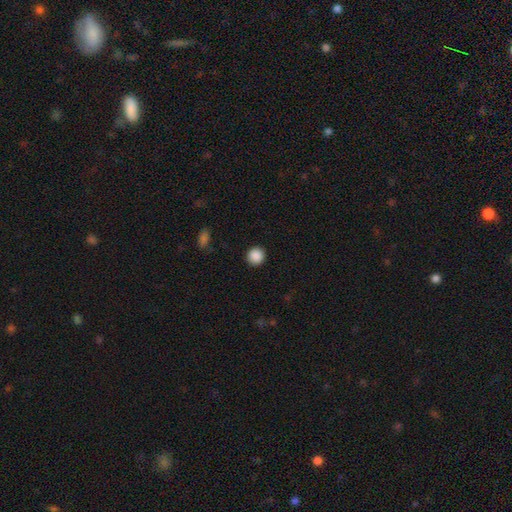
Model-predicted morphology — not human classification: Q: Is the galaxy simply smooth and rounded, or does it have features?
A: smooth — 89%.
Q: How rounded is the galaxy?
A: round — 93%.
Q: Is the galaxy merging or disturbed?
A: none — 92%.